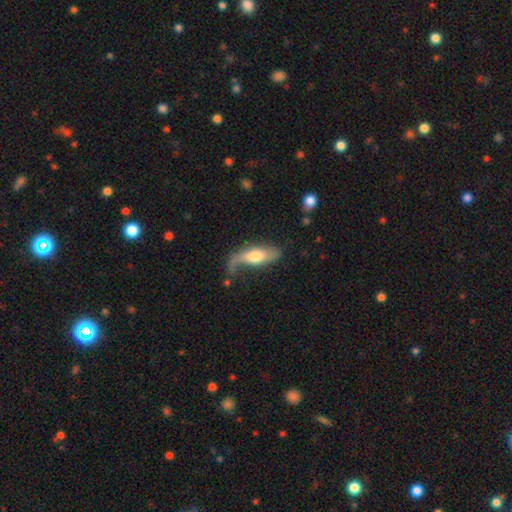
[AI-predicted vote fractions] Overall: smooth (47%, tied with featured or disk). Merging: none (36%; major disturbance 29%).